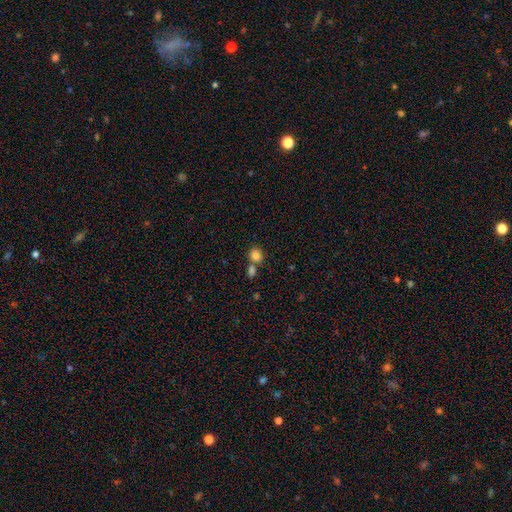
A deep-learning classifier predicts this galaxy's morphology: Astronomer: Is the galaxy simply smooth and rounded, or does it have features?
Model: smooth — 84%.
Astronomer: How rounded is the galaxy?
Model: round — 78%.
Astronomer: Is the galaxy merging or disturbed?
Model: none — 60%.